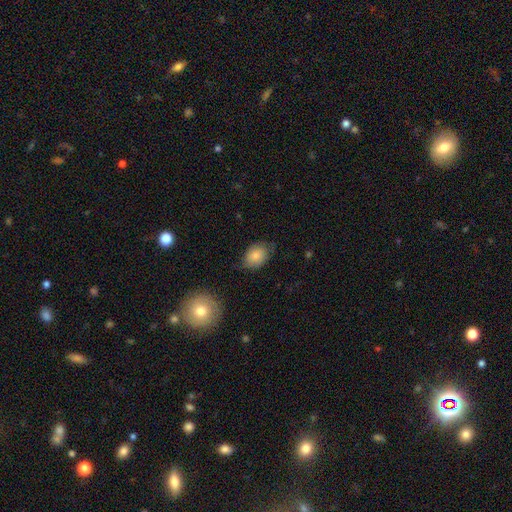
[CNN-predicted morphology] This is likely a smooth galaxy (78%). How rounded: likely in between (76%). Merging: likely none (64%).